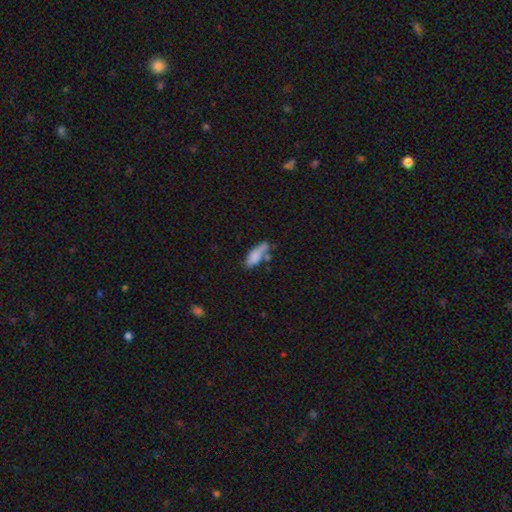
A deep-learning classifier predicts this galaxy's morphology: A smooth galaxy with no disk features (77%) that is in between round and cigar-shaped (62%). Merging: none (43%).